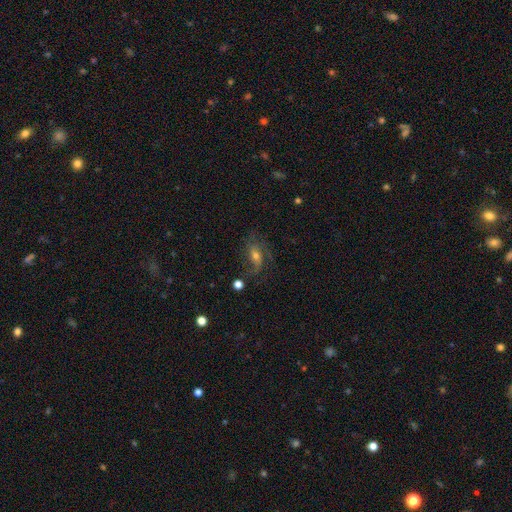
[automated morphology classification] Smooth or featured? Predicted: featured or disk (p=0.66). Edge-on disk? Predicted: no (p=0.94). Bar? Predicted: no (p=0.47). Spiral arms? Predicted: yes (p=0.88). Spiral winding? Predicted: medium (p=0.43). Spiral arm count? Predicted: 2 (p=0.59). Bulge size? Predicted: moderate (p=0.52). Merging? Predicted: none (p=0.62).